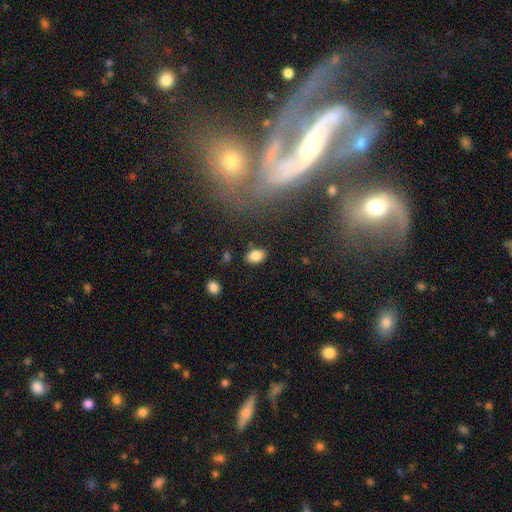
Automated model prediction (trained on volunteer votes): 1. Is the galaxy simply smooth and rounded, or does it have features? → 85% smooth, 9% star or artifact, 6% featured or disk.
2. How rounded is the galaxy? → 85% in between, 14% round, 1% cigar-shaped.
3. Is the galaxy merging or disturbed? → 83% none, 11% minor disturbance, 3% major disturbance, 3% merger.